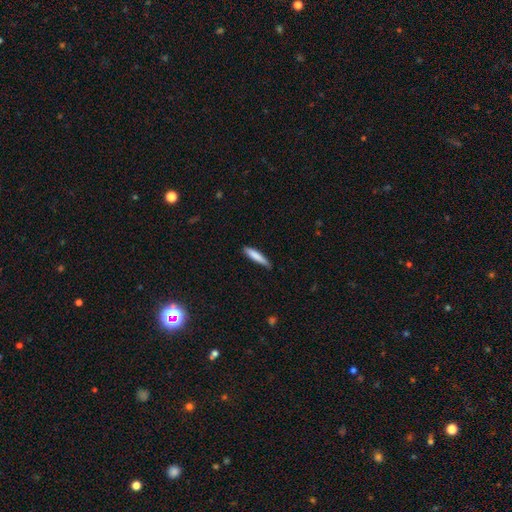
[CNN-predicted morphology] Smooth or featured? smooth (80%)
How rounded? cigar-shaped (88%)
Merging? none (74%)